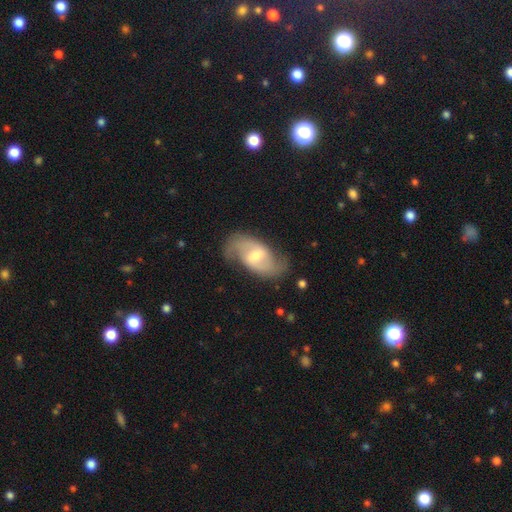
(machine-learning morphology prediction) featured or disk 81%, smooth 14%, star or artifact 5%. Down the decision tree: edge-on disk — no (96%); bar — weak (58%); spiral arms — yes (93%); spiral arm count — 2 (90%); spiral winding — medium (48%); bulge size — moderate (60%); merging — none (76%).